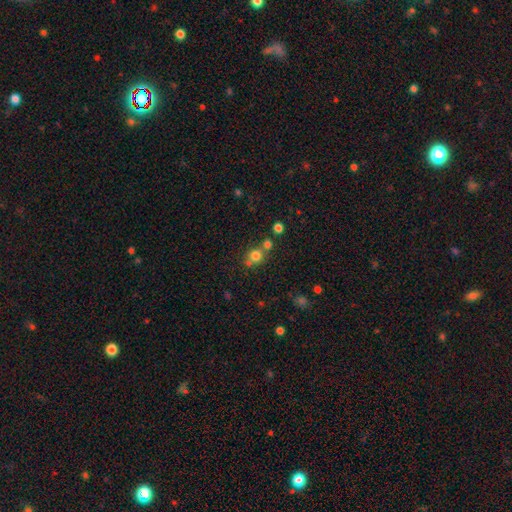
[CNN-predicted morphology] The model was most divided on "merging": none: 56%, merger: 32%, minor disturbance: 9%, major disturbance: 4%. More confident: how rounded — round (84%); smooth or featured — smooth (75%).